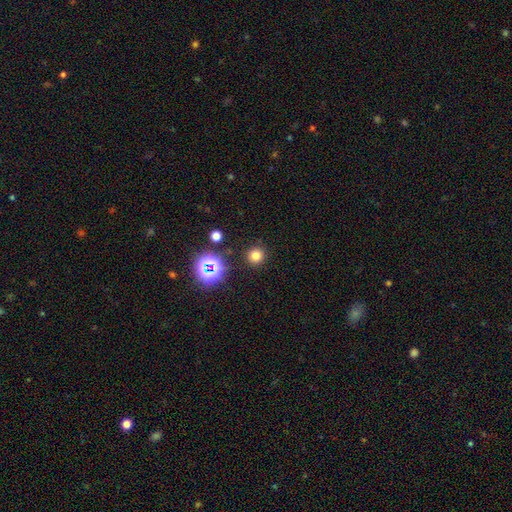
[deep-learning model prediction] Morphology: type=smooth (74%); roundness=round (93%); merging=none (89%).